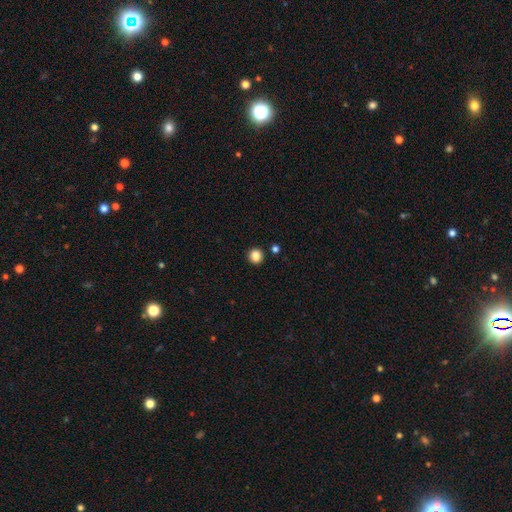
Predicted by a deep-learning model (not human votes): Morphology: type=smooth (86%); roundness=round (89%); merging=none (89%).